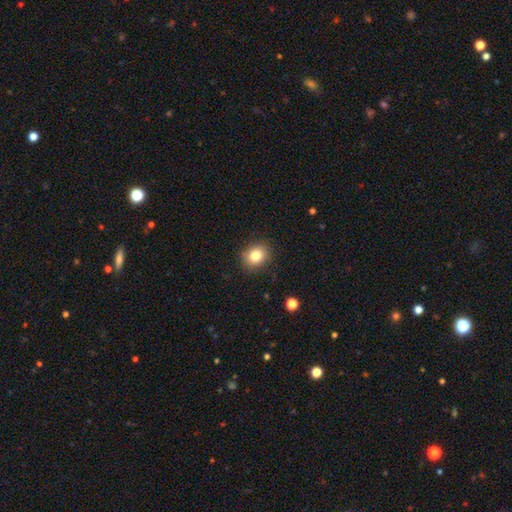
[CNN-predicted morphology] Q: Smooth or featured?
A: smooth (82%); runner-up: star or artifact (11%)
Q: How rounded?
A: round (65%); runner-up: in between (34%)
Q: Merging?
A: none (88%); runner-up: minor disturbance (9%)